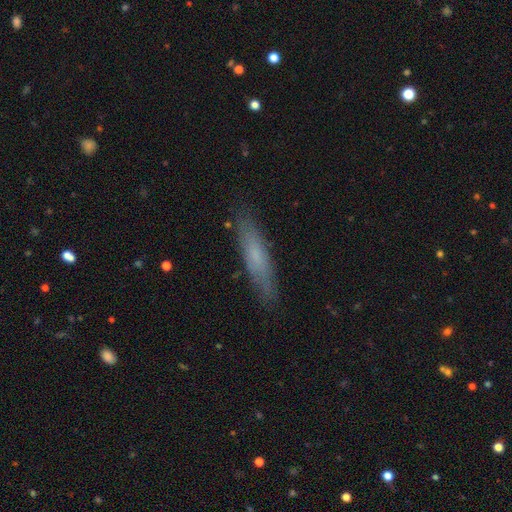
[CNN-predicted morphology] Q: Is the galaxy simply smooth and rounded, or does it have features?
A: smooth — 63%.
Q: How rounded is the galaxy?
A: cigar-shaped — 83%.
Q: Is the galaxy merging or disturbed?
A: none — 84%.